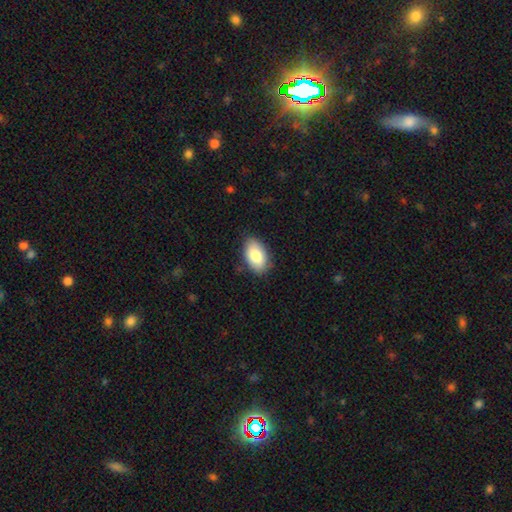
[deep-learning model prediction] Smooth or featured?
  - smooth: 83% *
  - featured or disk: 11%
  - star or artifact: 6%
How rounded?
  - in between: 94% *
  - round: 5%
  - cigar-shaped: 2%
Merging?
  - none: 83% *
  - minor disturbance: 14%
  - major disturbance: 3%
  - merger: 1%